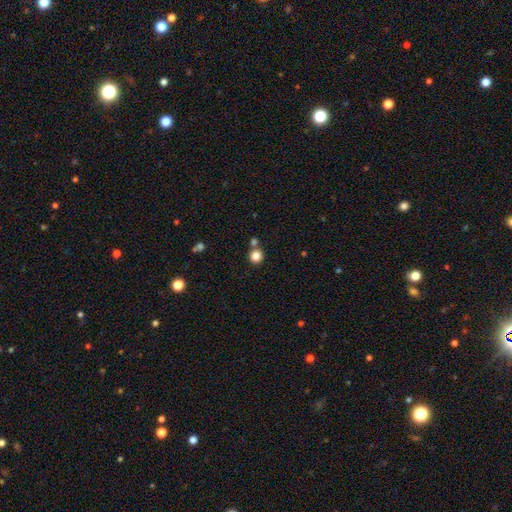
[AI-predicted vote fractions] smooth 83%, star or artifact 11%, featured or disk 5%. Down the decision tree: how rounded — round (92%); merging — none (73%).